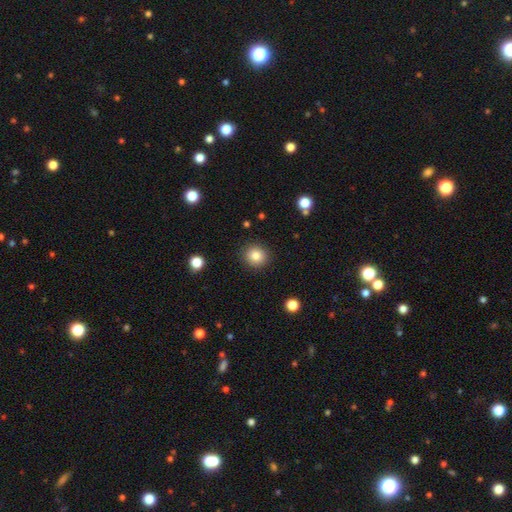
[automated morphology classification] This appears to be a smooth galaxy with no disk features (84%) that is round (90%). Merging: none (90%).